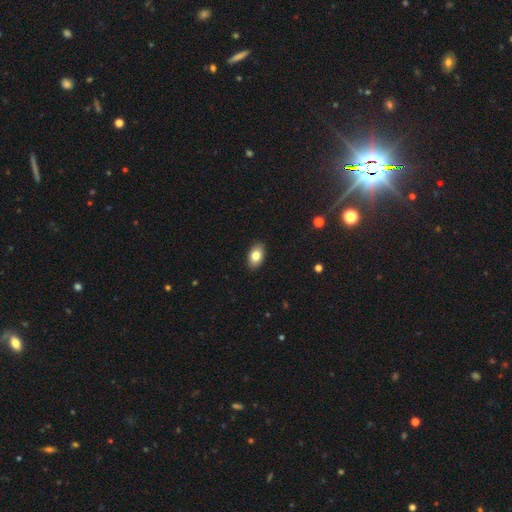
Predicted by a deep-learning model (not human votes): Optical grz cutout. It shows a smooth galaxy with no disk features (82%) that is in between round and cigar-shaped (91%). Merging: none (90%).